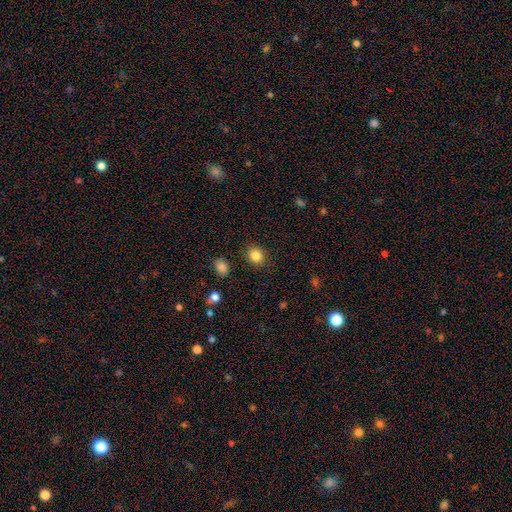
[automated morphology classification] Q: Smooth or featured?
A: smooth (85%); runner-up: star or artifact (10%)
Q: How rounded?
A: round (63%); runner-up: in between (36%)
Q: Merging?
A: none (88%); runner-up: minor disturbance (8%)